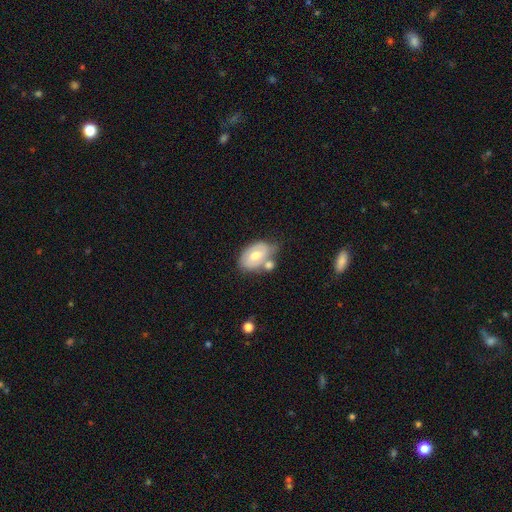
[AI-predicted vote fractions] Smooth or featured?
  - smooth: 53% *
  - featured or disk: 40%
  - star or artifact: 6%
How rounded?
  - in between: 85% *
  - round: 13%
  - cigar-shaped: 1%
Merging?
  - none: 40% *
  - merger: 29%
  - minor disturbance: 23%
  - major disturbance: 8%